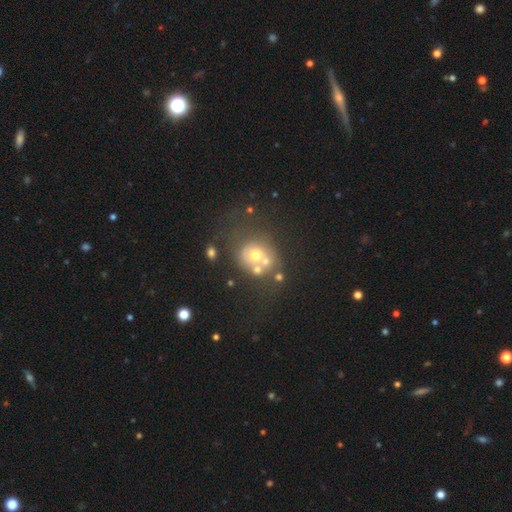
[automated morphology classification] This appears to be a smooth galaxy with no disk features (48%). Merging: none (40%).